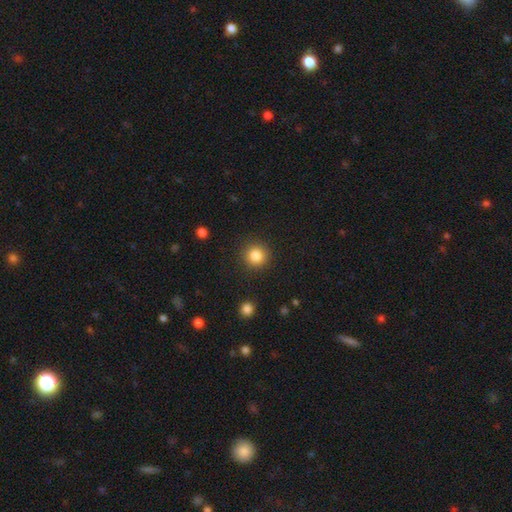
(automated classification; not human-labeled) A smooth galaxy with no disk features (85%) that is round (94%).

Vote fractions:
- Smooth or featured? smooth: 85% / star or artifact: 11% / featured or disk: 5%
- How rounded? round: 94% / in between: 5% / cigar-shaped: 1%
- Merging? none: 90% / minor disturbance: 6% / major disturbance: 3% / merger: 1%